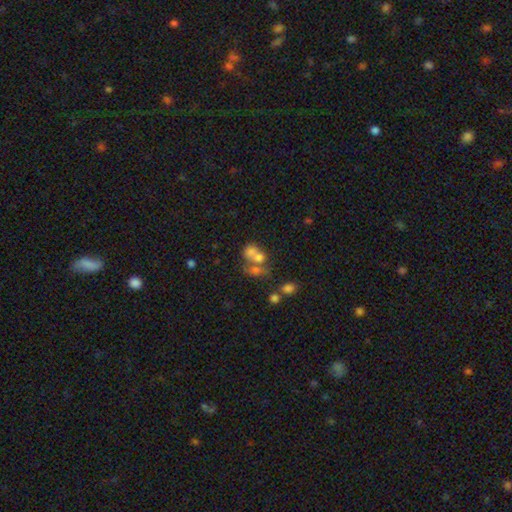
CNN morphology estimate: Overall: smooth (61%; featured or disk 25%). How rounded: in between (58%; round 40%). Merging: merger (61%; none 22%).